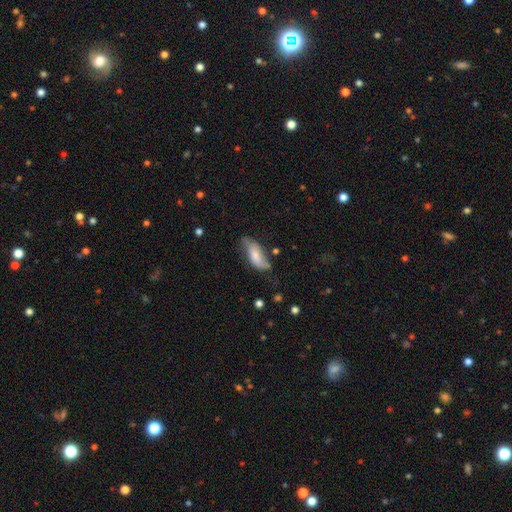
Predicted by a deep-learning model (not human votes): Morphology: type=smooth (66%); roundness=in between (79%); merging=none (49%).